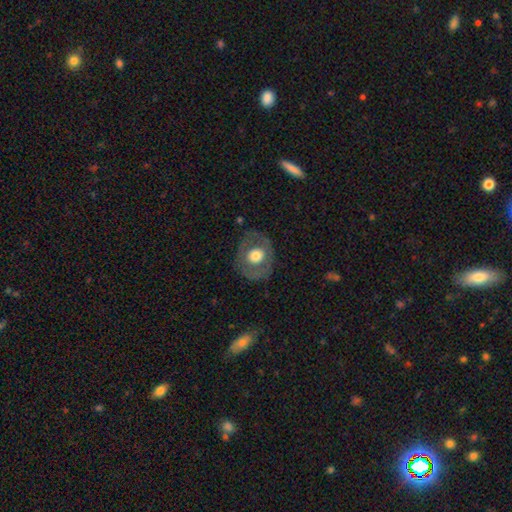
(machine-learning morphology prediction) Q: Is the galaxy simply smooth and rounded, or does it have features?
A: smooth — 52%.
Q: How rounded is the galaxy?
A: round — 72%.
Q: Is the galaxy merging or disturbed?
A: none — 77%.